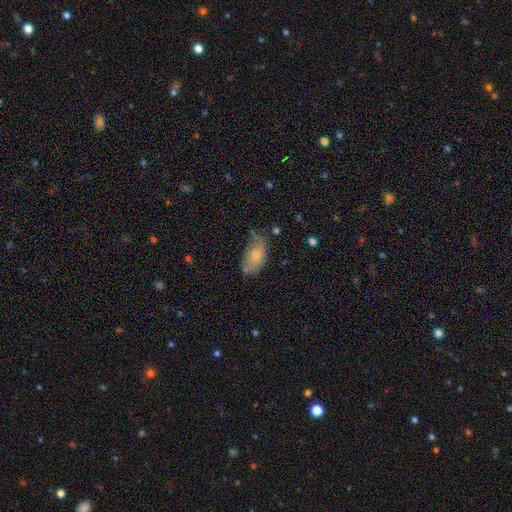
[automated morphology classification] A smooth galaxy with no disk features (67%) that is in between round and cigar-shaped (91%).

Vote fractions:
- Smooth or featured? smooth: 67% / featured or disk: 25% / star or artifact: 8%
- How rounded? in between: 91% / round: 5% / cigar-shaped: 4%
- Merging? none: 45% / minor disturbance: 35% / major disturbance: 13% / merger: 7%